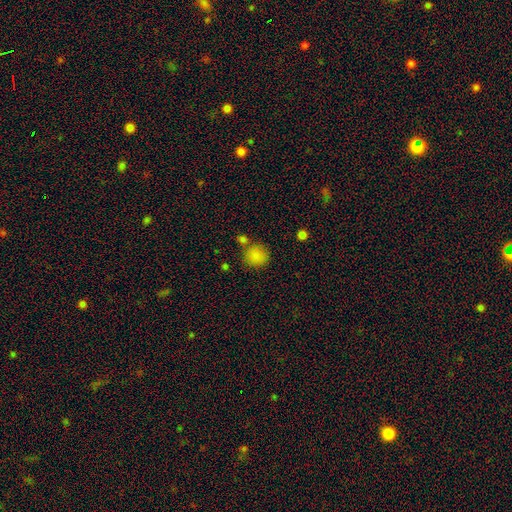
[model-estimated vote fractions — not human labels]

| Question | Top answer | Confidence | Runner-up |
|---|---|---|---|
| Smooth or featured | smooth | 85% | star or artifact (11%) |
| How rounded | round | 88% | in between (11%) |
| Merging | none | 72% | merger (13%) |